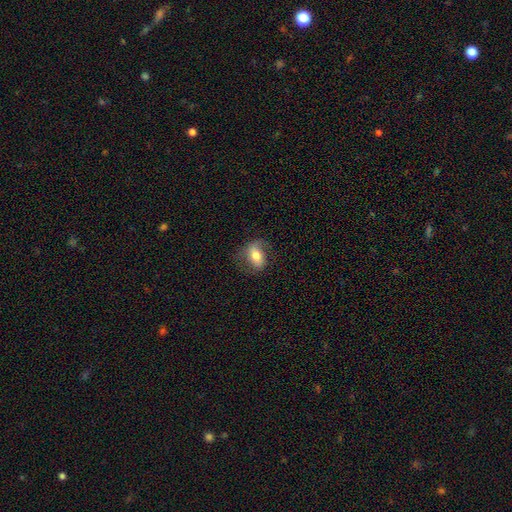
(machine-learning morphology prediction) Smooth or featured? Predicted: smooth (p=0.54). How rounded? Predicted: in between (p=0.81). Merging? Predicted: none (p=0.64).